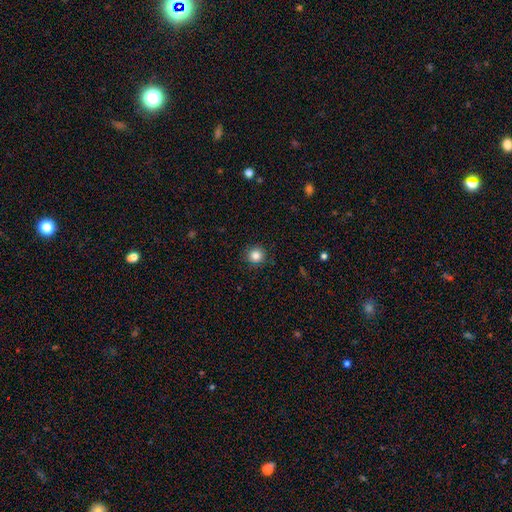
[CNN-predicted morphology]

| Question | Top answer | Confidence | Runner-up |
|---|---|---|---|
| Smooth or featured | smooth | 84% | star or artifact (11%) |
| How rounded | round | 93% | in between (6%) |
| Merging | none | 90% | minor disturbance (7%) |